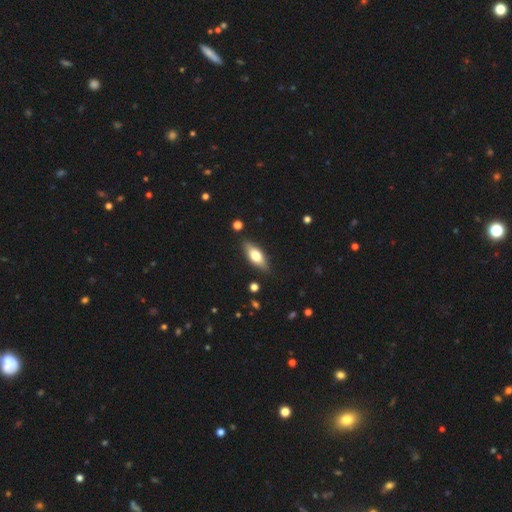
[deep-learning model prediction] Smooth or featured? smooth (59%)
How rounded? in between (69%)
Merging? none (86%)